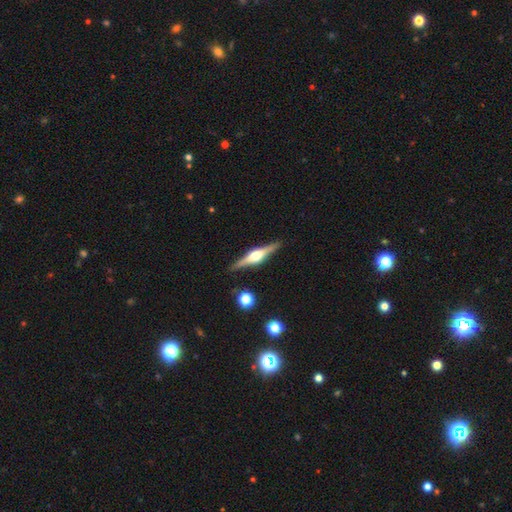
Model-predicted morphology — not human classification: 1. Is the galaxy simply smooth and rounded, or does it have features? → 81% featured or disk, 14% smooth, 5% star or artifact.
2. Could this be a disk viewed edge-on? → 98% yes, 2% no.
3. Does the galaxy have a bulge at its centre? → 92% rounded, 6% boxy, 2% none.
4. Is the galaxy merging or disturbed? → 90% none, 7% minor disturbance, 2% major disturbance, 1% merger.